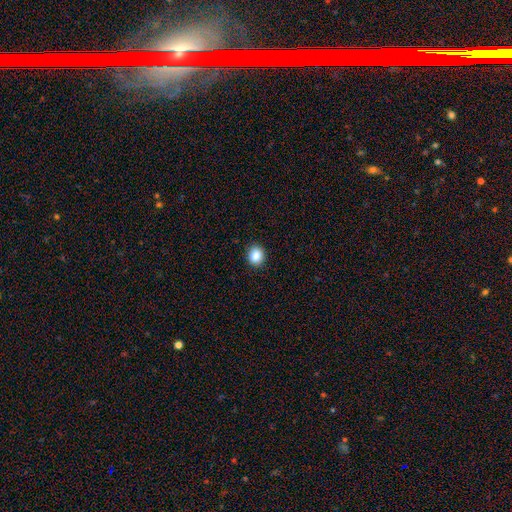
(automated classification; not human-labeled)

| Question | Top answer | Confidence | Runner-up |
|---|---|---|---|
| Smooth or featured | smooth | 86% | star or artifact (10%) |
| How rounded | round | 75% | in between (24%) |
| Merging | none | 91% | minor disturbance (6%) |